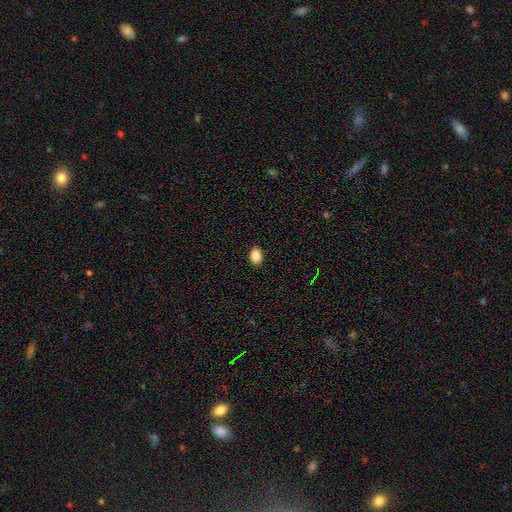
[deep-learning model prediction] Smooth or featured?
  - smooth: 89% *
  - star or artifact: 8%
  - featured or disk: 3%
How rounded?
  - in between: 82% *
  - round: 17%
  - cigar-shaped: 1%
Merging?
  - none: 90% *
  - minor disturbance: 7%
  - major disturbance: 2%
  - merger: 1%